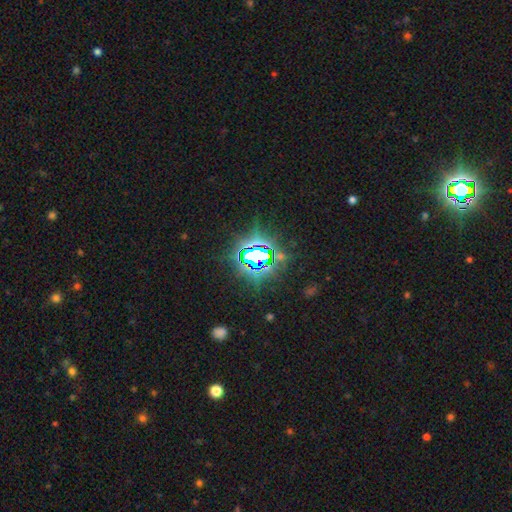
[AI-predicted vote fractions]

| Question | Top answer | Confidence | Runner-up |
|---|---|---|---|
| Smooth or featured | star or artifact | 81% | smooth (10%) |